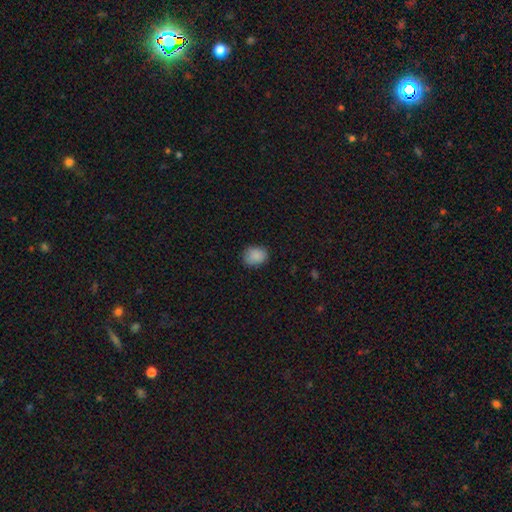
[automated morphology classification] This is clearly a smooth galaxy (88%). How rounded: possibly in between (51%). Merging: clearly none (82%).